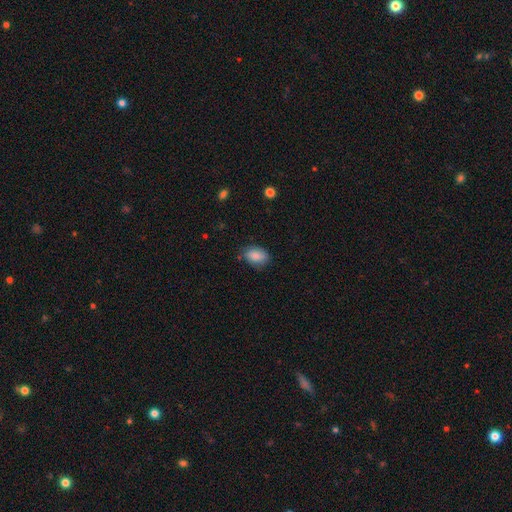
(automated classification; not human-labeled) Overall: smooth (85%). How rounded: in between (87%). Merging: none (72%).